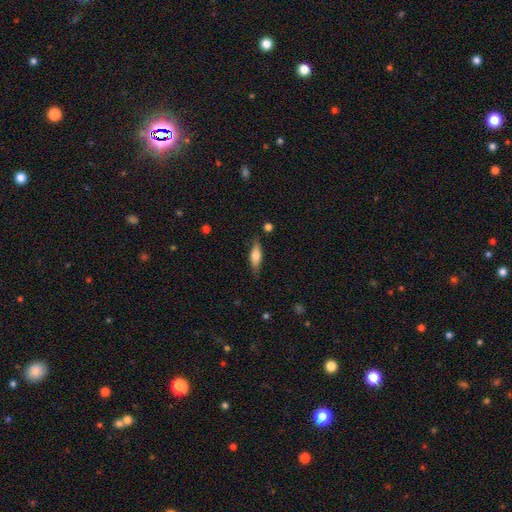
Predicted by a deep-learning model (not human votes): Overall: smooth (62%; featured or disk 31%). How rounded: in between (53%; cigar-shaped 45%). Merging: none (79%).